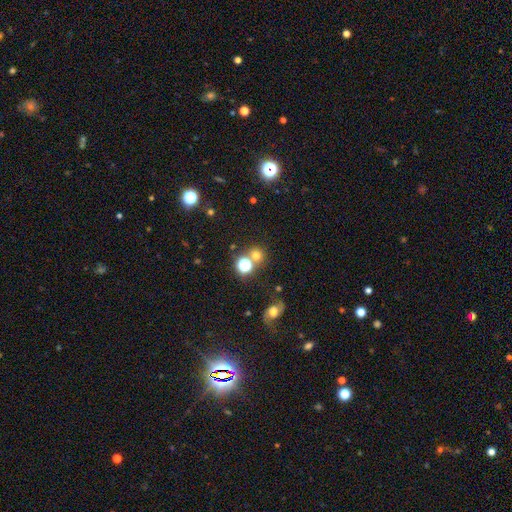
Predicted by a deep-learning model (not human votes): Q: Smooth or featured?
A: smooth (64%); runner-up: star or artifact (26%)
Q: How rounded?
A: round (88%); runner-up: in between (10%)
Q: Merging?
A: none (71%); runner-up: merger (17%)